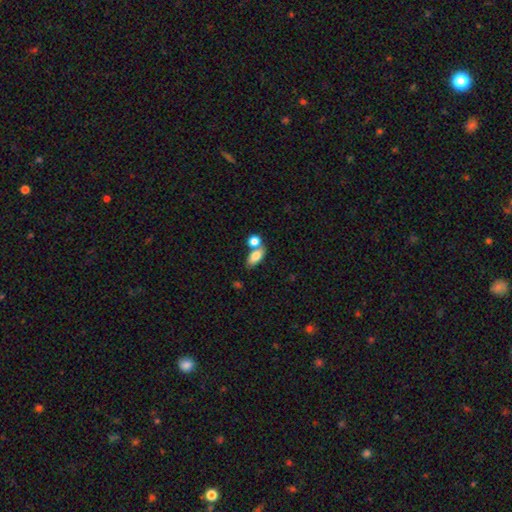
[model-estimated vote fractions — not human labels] A smooth galaxy with no disk features (80%) that is in between round and cigar-shaped (86%). Merging: none (45%).